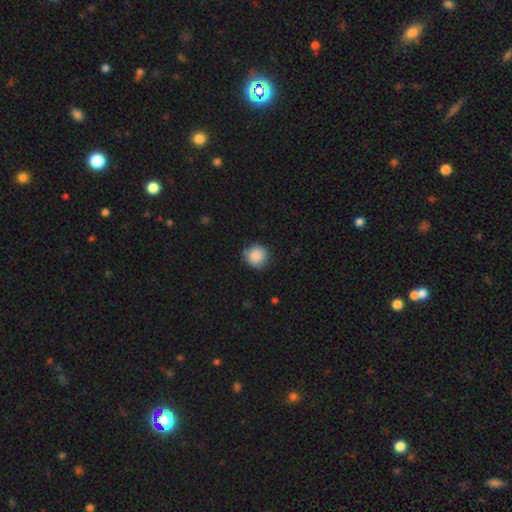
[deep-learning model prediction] smooth 88%, star or artifact 8%, featured or disk 4%. Down the decision tree: how rounded — round (92%); merging — none (80%).